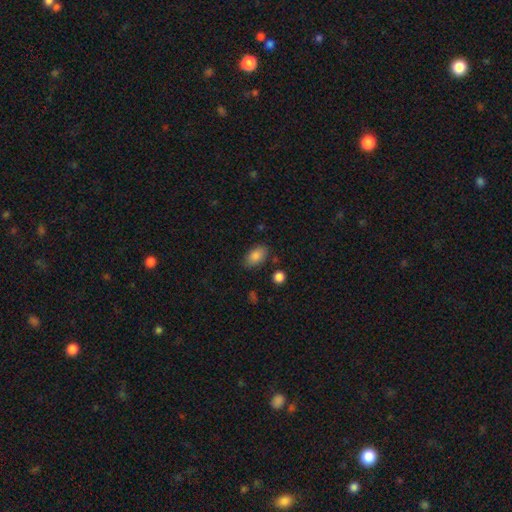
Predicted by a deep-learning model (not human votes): A smooth galaxy with no disk features (85%) that is in between round and cigar-shaped (90%).

Vote fractions:
- Smooth or featured? smooth: 85% / star or artifact: 8% / featured or disk: 7%
- How rounded? in between: 90% / round: 8% / cigar-shaped: 2%
- Merging? none: 82% / minor disturbance: 12% / major disturbance: 3% / merger: 3%